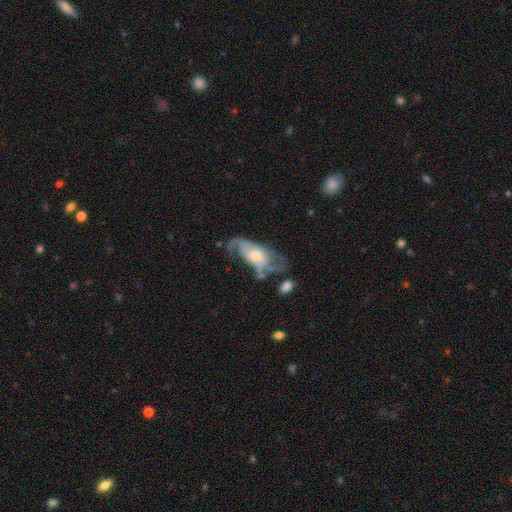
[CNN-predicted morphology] type=featured or disk (68%); edge-on=no (92%); bar=no (70%); spiral arms=yes (77%); bulge=moderate (52%); merging=major disturbance (36%).